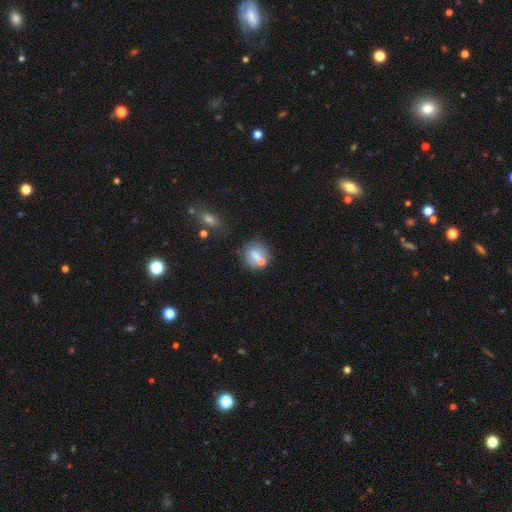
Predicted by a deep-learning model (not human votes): This is likely a smooth galaxy (66%). How rounded: clearly round (82%). Merging: possibly none (56%).